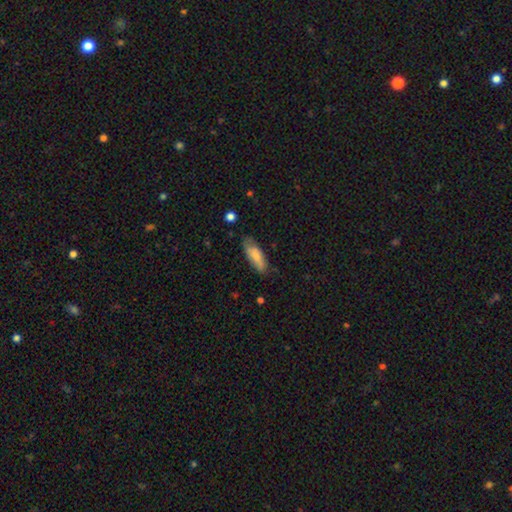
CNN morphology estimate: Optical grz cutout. It shows a smooth galaxy with no disk features (77%) that is in between round and cigar-shaped (65%). Merging: none (71%).